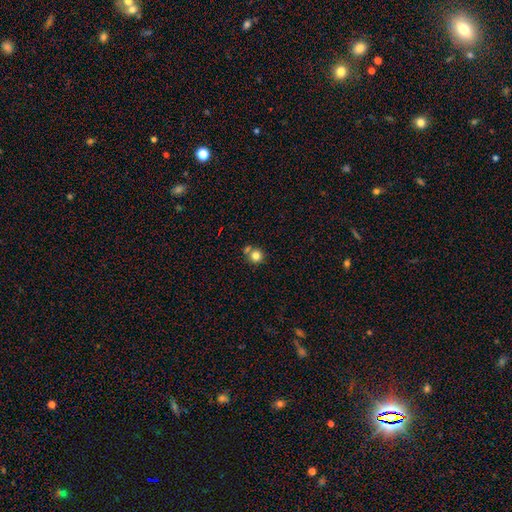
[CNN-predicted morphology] Smooth or featured? smooth (80%)
How rounded? round (91%)
Merging? none (63%)